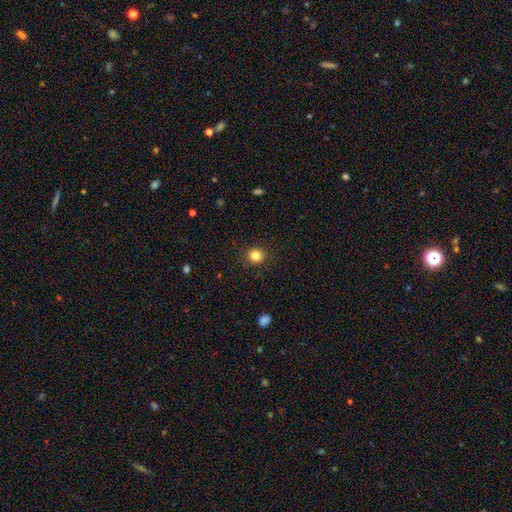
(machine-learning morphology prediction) A smooth galaxy with no disk features (83%) that is round (89%). Merging: none (91%).